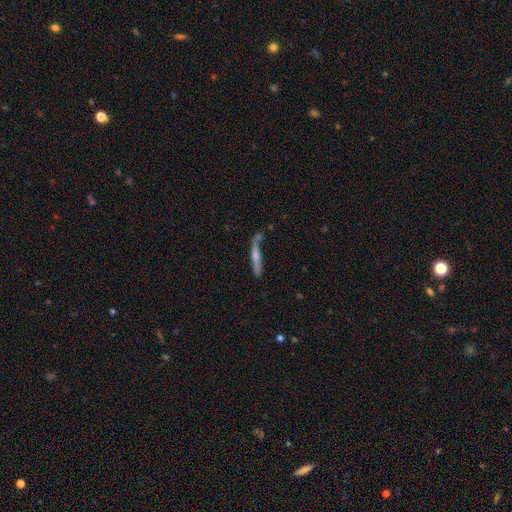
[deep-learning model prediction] This is possibly a featured or disk galaxy (54%). It is clearly viewed edge-on (83%). Merging: possibly none (57%).